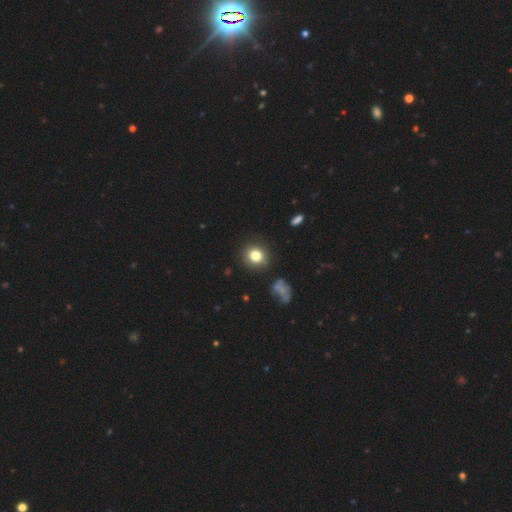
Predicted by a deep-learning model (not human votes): A smooth galaxy with no disk features (79%) that is round (86%). Merging: none (86%).